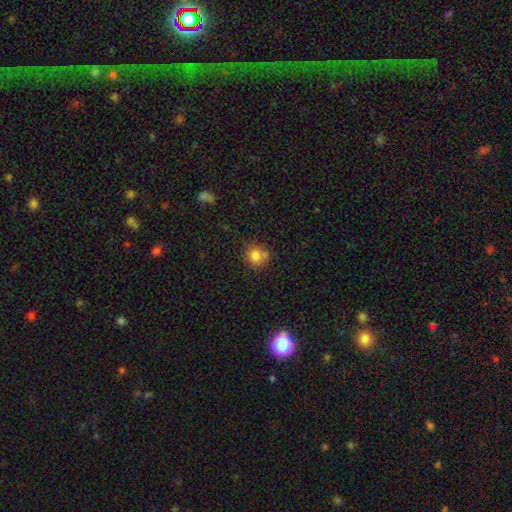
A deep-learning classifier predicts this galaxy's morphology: Q: Smooth or featured?
A: smooth (80%); runner-up: star or artifact (11%)
Q: How rounded?
A: round (86%); runner-up: in between (13%)
Q: Merging?
A: none (66%); runner-up: minor disturbance (15%)